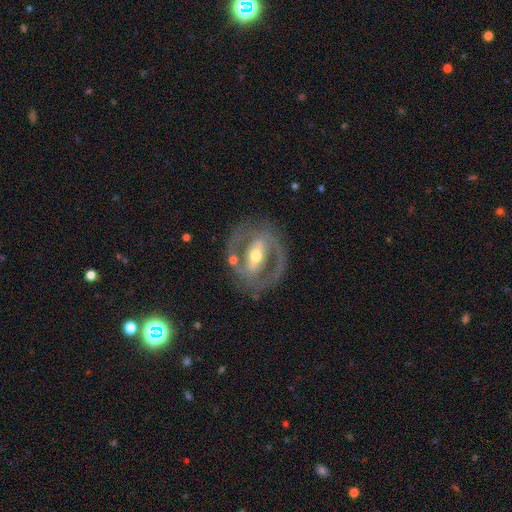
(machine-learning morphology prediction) Smooth or featured?
  - featured or disk: 84% *
  - smooth: 11%
  - star or artifact: 5%
Edge-on disk?
  - no: 94% *
  - yes: 6%
Bar?
  - strong: 56% *
  - weak: 29%
  - no: 16%
Spiral arms?
  - yes: 71% *
  - no: 29%
Spiral winding?
  - medium: 44% *
  - tight: 42%
  - loose: 15%
Spiral arm count?
  - 2: 80% *
  - can't tell: 10%
  - 1: 5%
  - 3: 2%
  - 4: 1%
  - more than 4: 1%
Bulge size?
  - moderate: 68% *
  - small: 23%
  - large: 7%
  - dominant: 1%
  - none: 1%
Merging?
  - none: 75% *
  - minor disturbance: 14%
  - major disturbance: 9%
  - merger: 3%